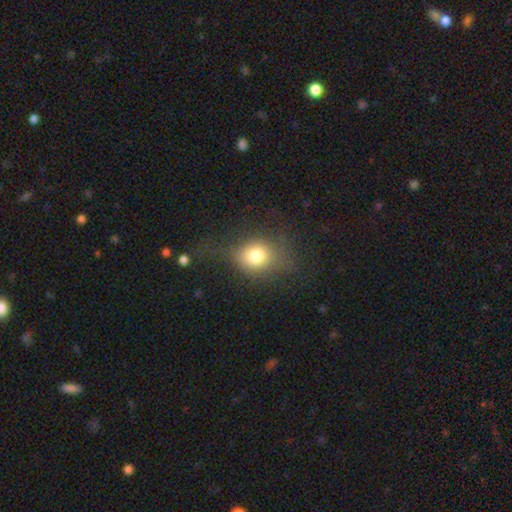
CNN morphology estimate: The model was most divided on "how rounded": round: 67%, in between: 32%, cigar-shaped: 1%. More confident: smooth or featured — smooth (76%); merging — none (64%).